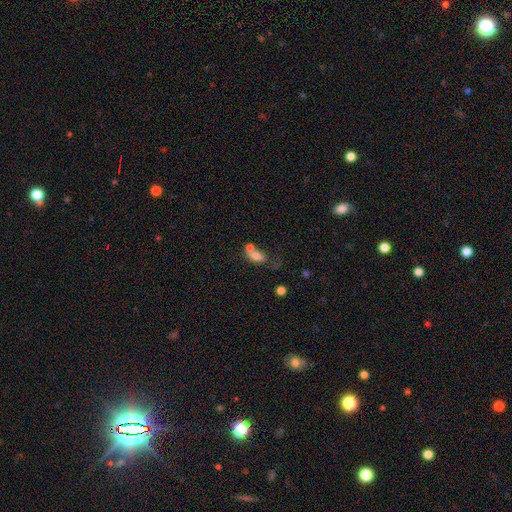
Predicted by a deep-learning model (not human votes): Smooth or featured? Predicted: smooth (p=0.73). How rounded? Predicted: in between (p=0.77). Merging? Predicted: merger (p=0.50).